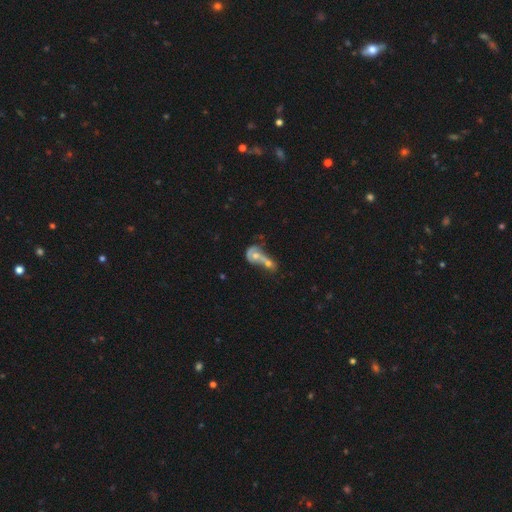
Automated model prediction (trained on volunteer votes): This appears to be a featured or disk galaxy (48%). Merging: merger (74%).